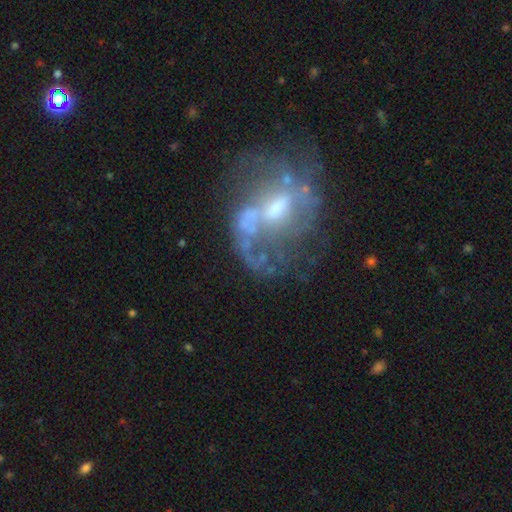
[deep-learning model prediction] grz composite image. It shows a featured or disk galaxy (76%) with a weak bar (45%), spiral arms (68%) and a moderate central bulge (51%). Merging: none (44%).